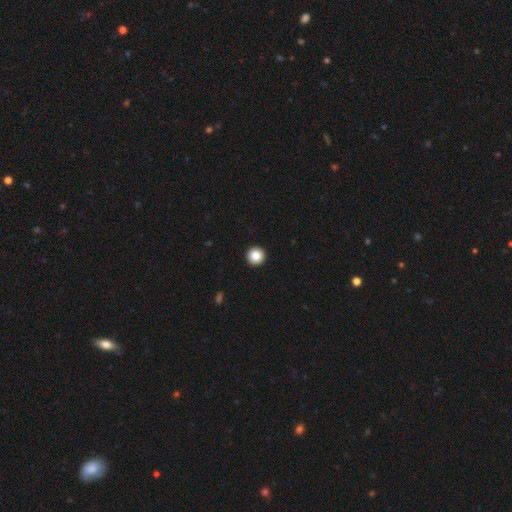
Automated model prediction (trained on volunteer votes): smooth_or_featured: smooth (p=0.85) [alt: star or artifact p=0.09]
how_rounded: round (p=0.97) [alt: in between p=0.02]
merging: none (p=0.95) [alt: minor disturbance p=0.03]